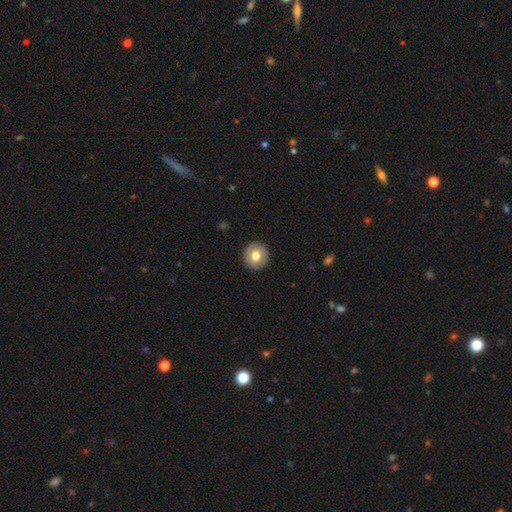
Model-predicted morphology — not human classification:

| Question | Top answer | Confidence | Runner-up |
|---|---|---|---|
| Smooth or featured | smooth | 69% | featured or disk (24%) |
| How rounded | round | 92% | in between (7%) |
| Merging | none | 91% | minor disturbance (6%) |